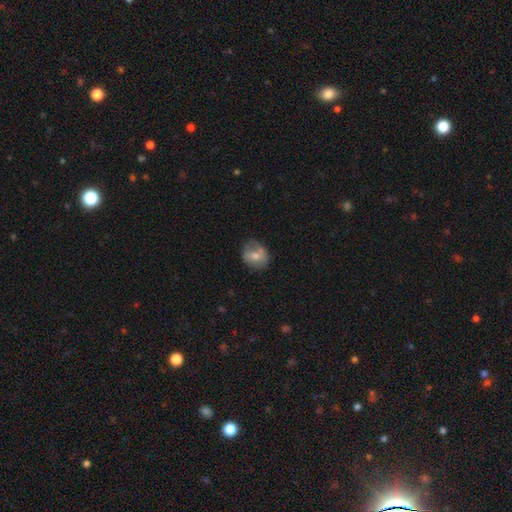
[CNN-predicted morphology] Smooth or featured? smooth (62%)
How rounded? round (57%)
Merging? none (63%)